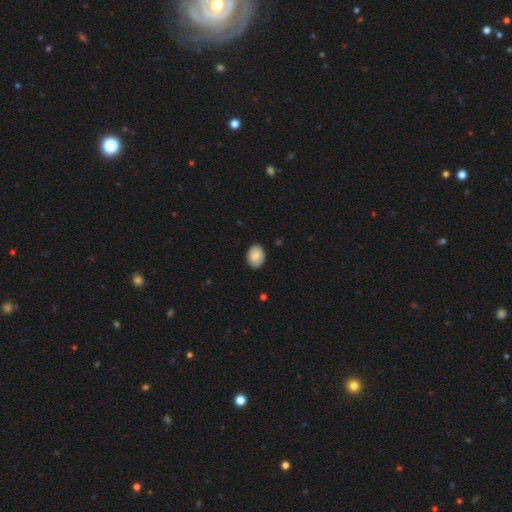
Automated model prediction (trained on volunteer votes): This is clearly a smooth galaxy (86%). How rounded: likely in between (77%). Merging: clearly none (86%).